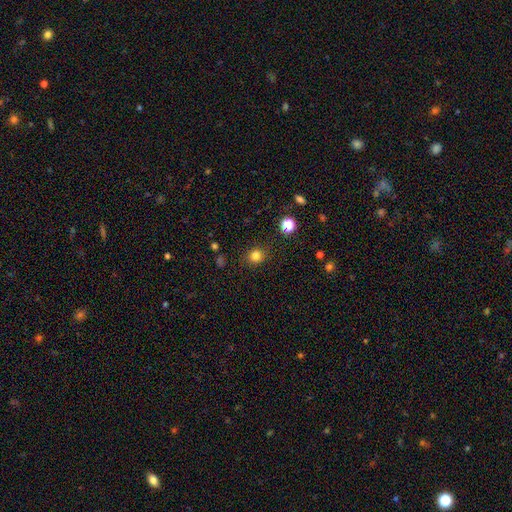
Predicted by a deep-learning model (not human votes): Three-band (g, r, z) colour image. It shows a smooth galaxy with no disk features (80%) that is round (81%). Merging: none (86%).